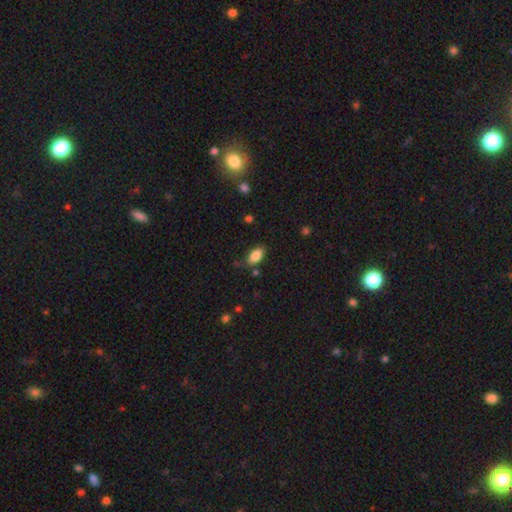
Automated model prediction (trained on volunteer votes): Smooth or featured?
  - smooth: 84% *
  - star or artifact: 8%
  - featured or disk: 8%
How rounded?
  - in between: 91% *
  - cigar-shaped: 6%
  - round: 4%
Merging?
  - none: 76% *
  - minor disturbance: 17%
  - major disturbance: 4%
  - merger: 3%